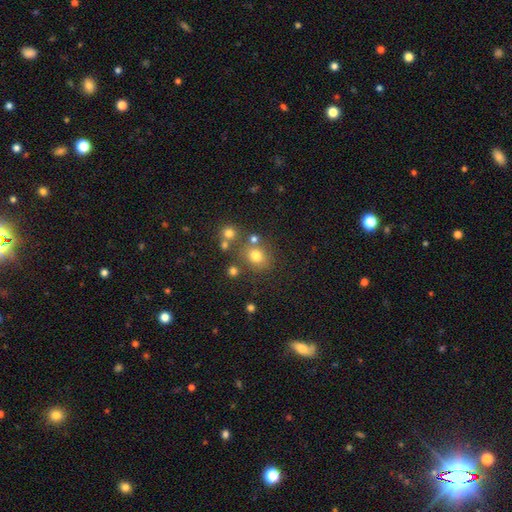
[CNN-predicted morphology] Overall: smooth (73%). How rounded: round (72%). Merging: none (70%).